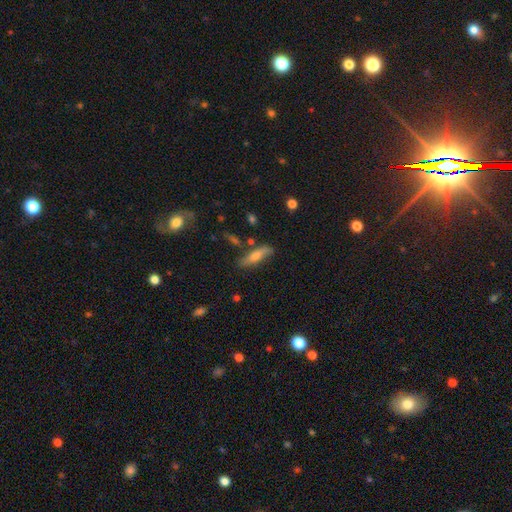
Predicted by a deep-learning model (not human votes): smooth 56%, featured or disk 35%, star or artifact 9%. Down the decision tree: how rounded — cigar-shaped (60%); merging — none (69%).